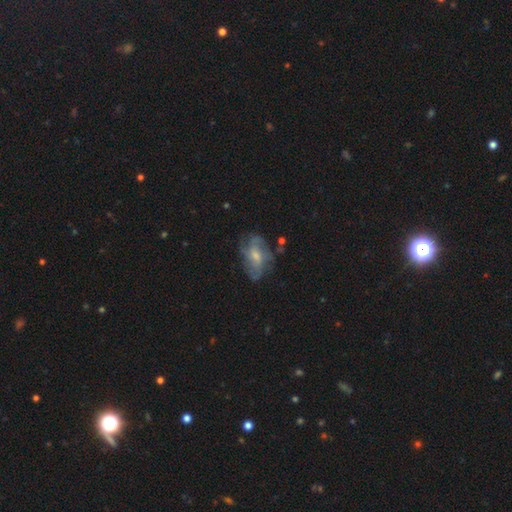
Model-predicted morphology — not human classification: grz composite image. It shows a featured or disk galaxy (64%) with no bar (55%), spiral arms (71%) and a moderate central bulge (47%). Merging: none (56%).